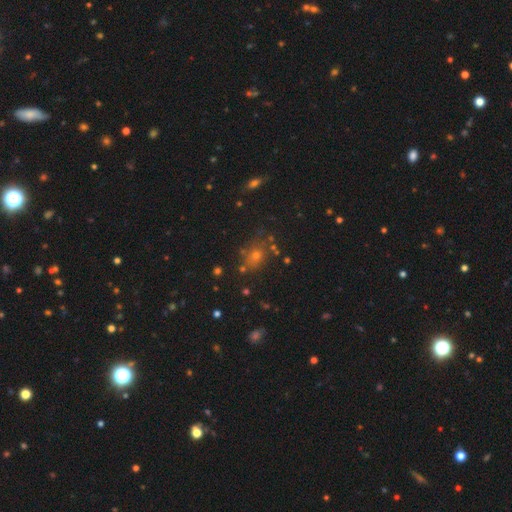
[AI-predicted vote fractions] Smooth or featured: smooth — 53% (star or artifact — 33%)
How rounded: round — 59% (in between — 39%)
Merging: none — 73% (minor disturbance — 14%)